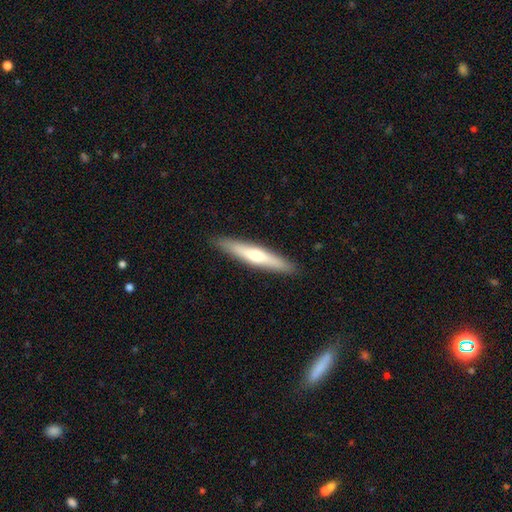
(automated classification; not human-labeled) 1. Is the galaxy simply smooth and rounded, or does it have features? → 48% featured or disk, 46% smooth, 6% star or artifact.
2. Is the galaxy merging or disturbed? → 91% none, 7% minor disturbance, 1% major disturbance, 1% merger.